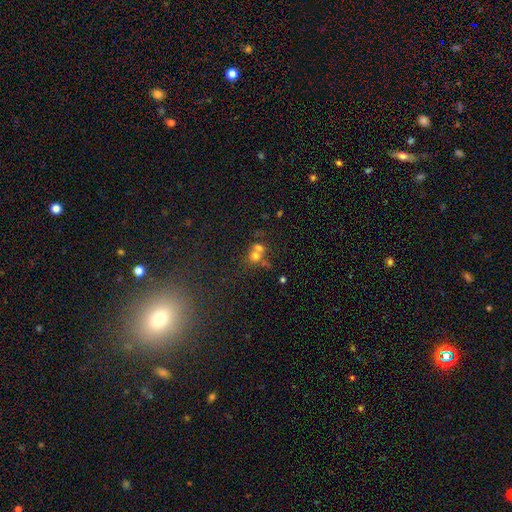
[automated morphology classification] This is likely a smooth galaxy (65%). How rounded: likely round (78%). Merging: possibly merger (55%).